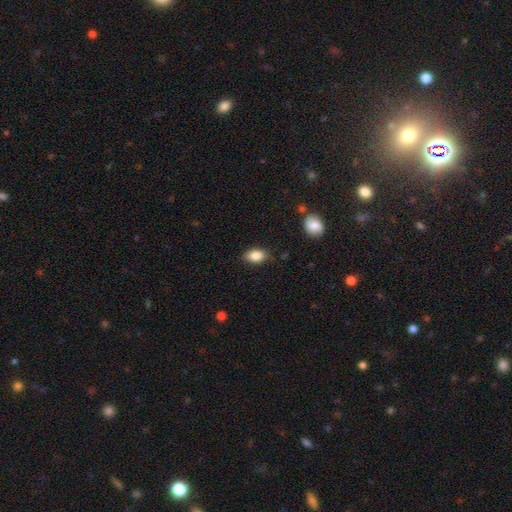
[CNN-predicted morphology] smooth 86%, star or artifact 8%, featured or disk 6%. Down the decision tree: how rounded — in between (87%); merging — none (82%).